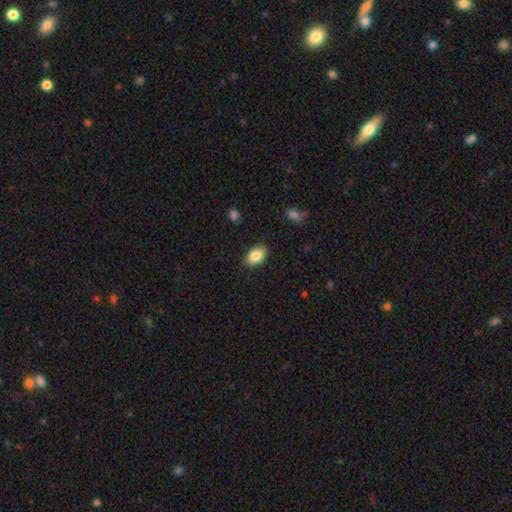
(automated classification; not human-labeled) Overall: smooth (87%). How rounded: in between (89%). Merging: none (87%).